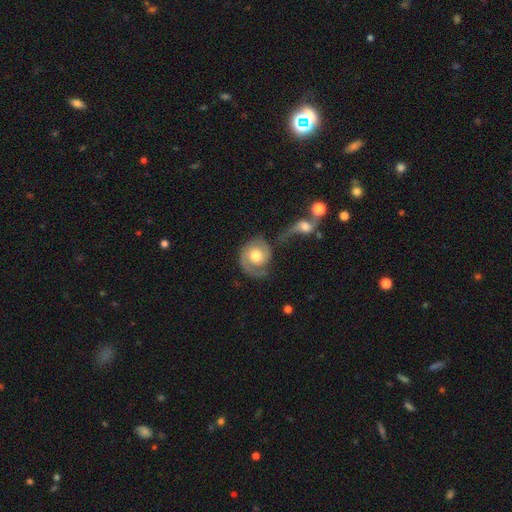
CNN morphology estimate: Smooth or featured: featured or disk — 66% (smooth — 29%)
Edge-on disk: no — 97% (yes — 3%)
Bar: no — 77% (weak — 20%)
Spiral arms: yes — 88% (no — 12%)
Spiral winding: tight — 46% (medium — 33%)
Spiral arm count: 2 — 45% (1 — 42%)
Bulge size: moderate — 63% (large — 22%)
Merging: none — 43% (major disturbance — 20%)